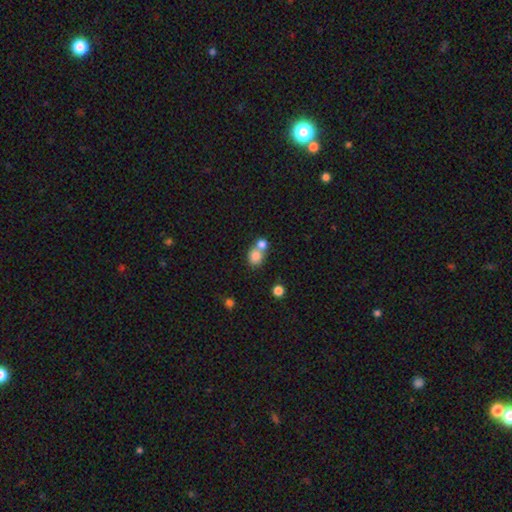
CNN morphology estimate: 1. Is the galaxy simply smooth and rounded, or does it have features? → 80% smooth, 11% star or artifact, 9% featured or disk.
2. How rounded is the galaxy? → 73% round, 26% in between, 1% cigar-shaped.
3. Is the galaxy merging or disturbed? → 54% merger, 36% none, 7% minor disturbance, 3% major disturbance.